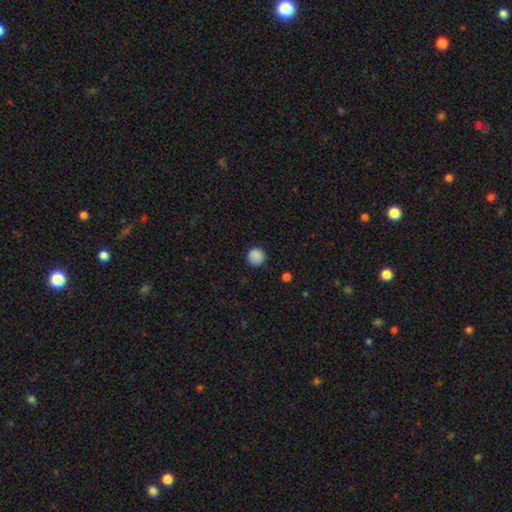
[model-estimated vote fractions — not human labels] smooth 88%, star or artifact 9%, featured or disk 3%. Down the decision tree: how rounded — round (94%); merging — none (88%).